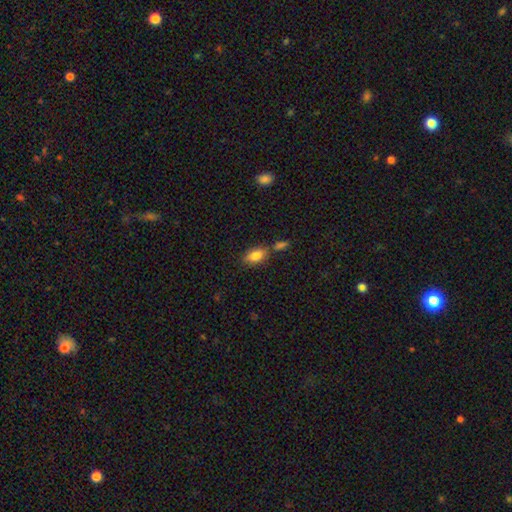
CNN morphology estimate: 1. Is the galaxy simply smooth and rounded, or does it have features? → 82% smooth, 10% featured or disk, 8% star or artifact.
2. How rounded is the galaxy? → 88% in between, 7% round, 5% cigar-shaped.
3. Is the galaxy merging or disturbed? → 66% none, 16% merger, 14% minor disturbance, 4% major disturbance.